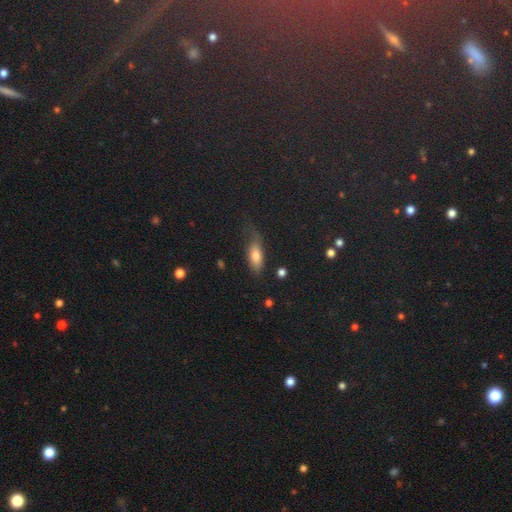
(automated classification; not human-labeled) smooth 73%, featured or disk 18%, star or artifact 9%. Down the decision tree: how rounded — in between (71%); merging — none (54%).